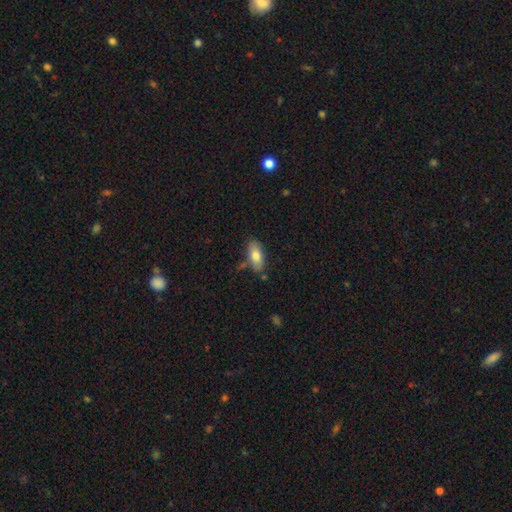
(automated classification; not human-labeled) The model was most divided on "merging": none: 74%, minor disturbance: 16%, merger: 6%, major disturbance: 3%. More confident: how rounded — in between (86%); smooth or featured — smooth (78%).